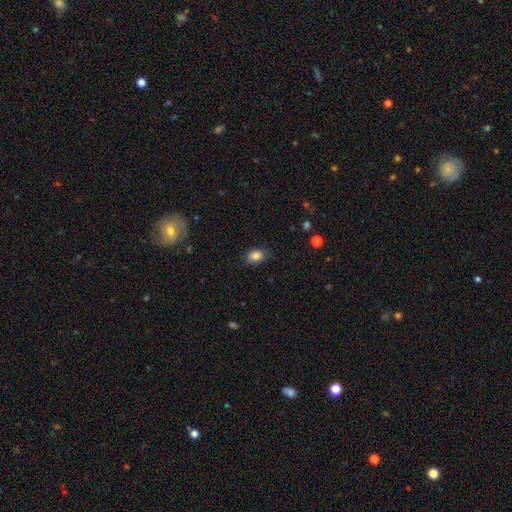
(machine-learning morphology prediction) Q: Smooth or featured?
A: smooth (84%); runner-up: star or artifact (9%)
Q: How rounded?
A: in between (77%); runner-up: round (22%)
Q: Merging?
A: none (78%); runner-up: minor disturbance (18%)